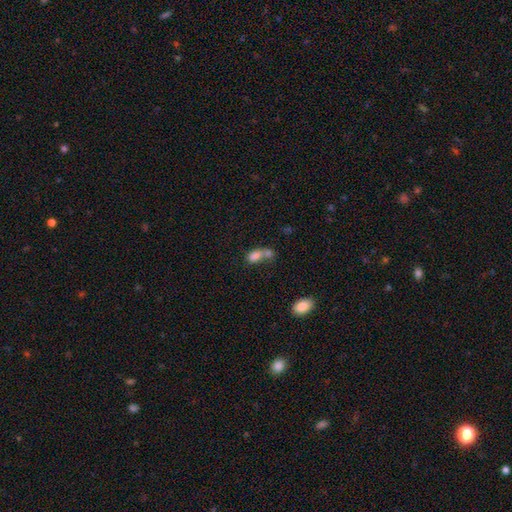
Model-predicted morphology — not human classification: Smooth or featured: smooth — 78% (star or artifact — 11%)
How rounded: in between — 80% (round — 16%)
Merging: merger — 61% (none — 22%)